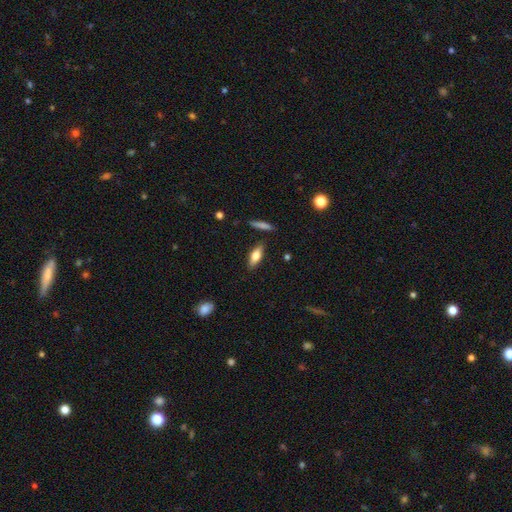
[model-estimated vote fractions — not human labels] The model was most divided on "how rounded": in between: 62%, cigar-shaped: 35%, round: 3%. More confident: merging — none (84%); smooth or featured — smooth (70%).